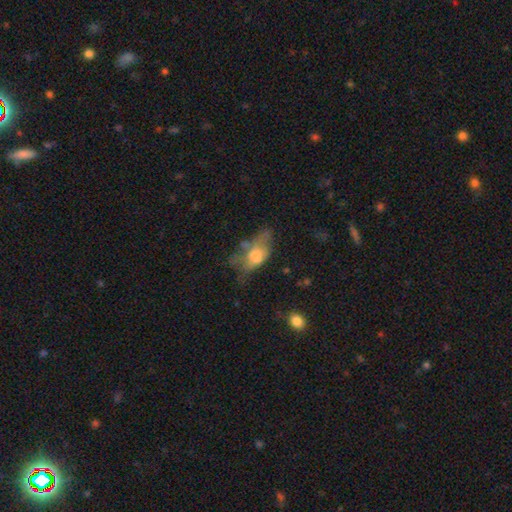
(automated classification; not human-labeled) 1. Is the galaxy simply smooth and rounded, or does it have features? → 59% smooth, 31% featured or disk, 10% star or artifact.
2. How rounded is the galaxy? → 85% in between, 8% round, 7% cigar-shaped.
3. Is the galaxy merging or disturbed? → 34% major disturbance, 30% none, 29% minor disturbance, 7% merger.